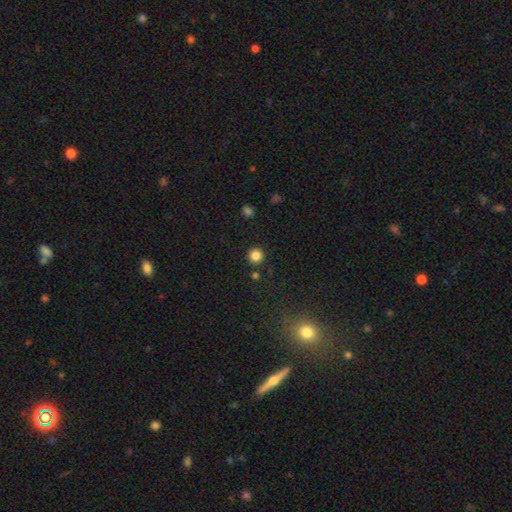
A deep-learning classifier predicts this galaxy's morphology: A smooth galaxy with no disk features (84%) that is round (95%). Merging: none (90%).